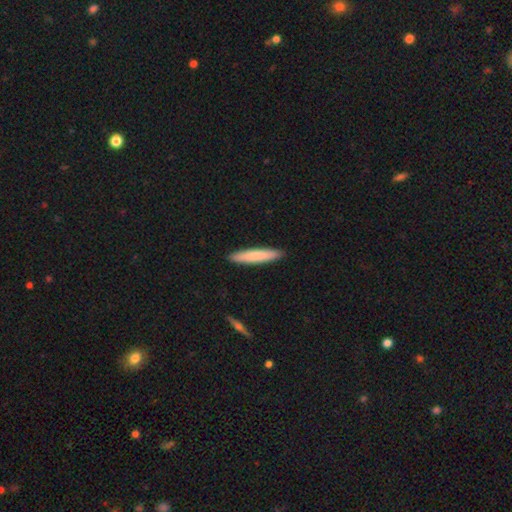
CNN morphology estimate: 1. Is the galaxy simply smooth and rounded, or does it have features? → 78% smooth, 17% featured or disk, 5% star or artifact.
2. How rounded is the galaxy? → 91% cigar-shaped, 7% in between, 1% round.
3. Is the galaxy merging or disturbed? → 92% none, 6% minor disturbance, 1% major disturbance, 1% merger.